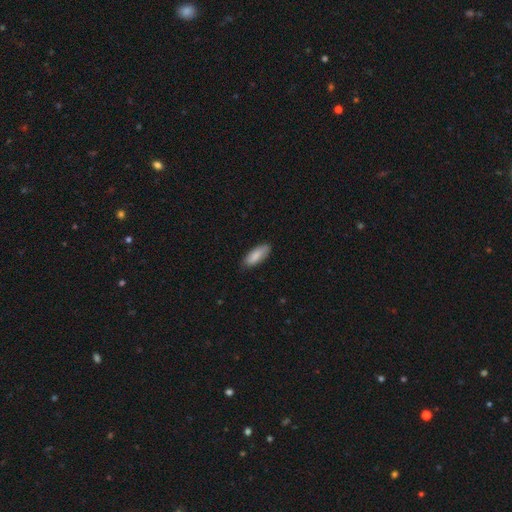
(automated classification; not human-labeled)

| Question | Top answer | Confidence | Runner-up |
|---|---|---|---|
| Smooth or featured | smooth | 84% | featured or disk (10%) |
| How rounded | in between | 76% | cigar-shaped (22%) |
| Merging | none | 82% | minor disturbance (15%) |